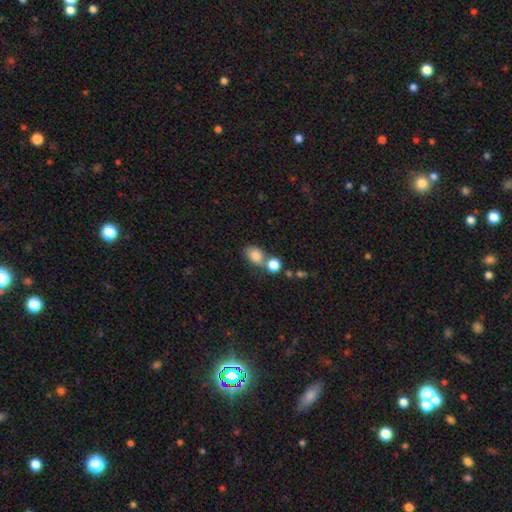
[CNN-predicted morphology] A smooth galaxy with no disk features (82%) that is in between round and cigar-shaped (69%). Merging: none (47%).